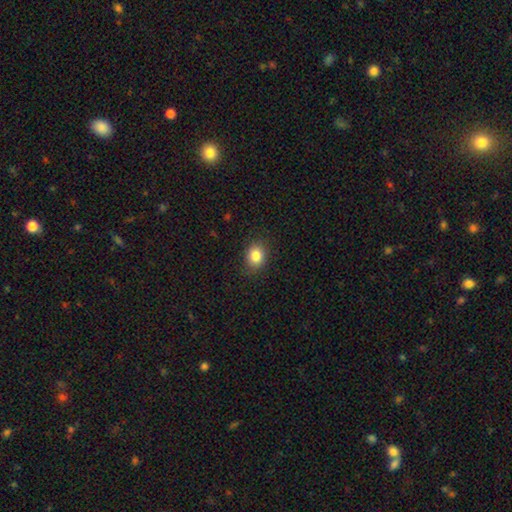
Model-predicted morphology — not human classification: Smooth or featured? smooth (84%)
How rounded? round (53%)
Merging? none (86%)